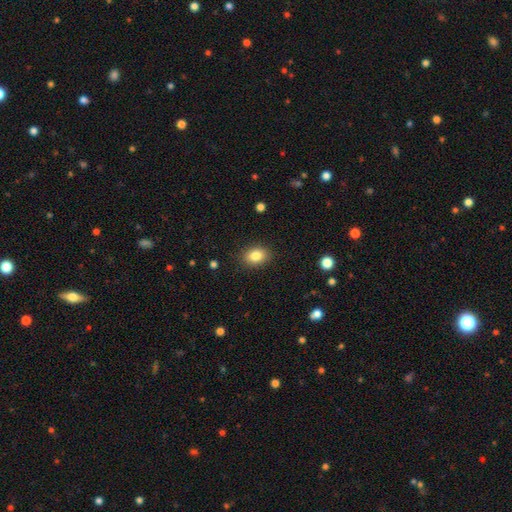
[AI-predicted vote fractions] Smooth or featured?
  - smooth: 84% *
  - star or artifact: 9%
  - featured or disk: 7%
How rounded?
  - in between: 71% *
  - round: 28%
  - cigar-shaped: 1%
Merging?
  - none: 88% *
  - minor disturbance: 9%
  - major disturbance: 2%
  - merger: 1%